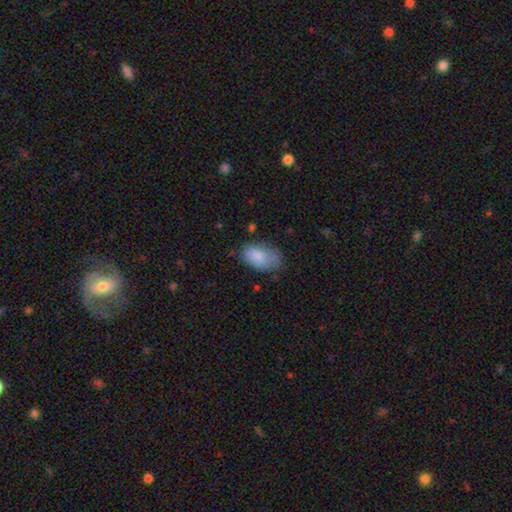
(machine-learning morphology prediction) Q: Smooth or featured?
A: smooth (83%); runner-up: featured or disk (10%)
Q: How rounded?
A: in between (92%); runner-up: round (6%)
Q: Merging?
A: none (58%); runner-up: minor disturbance (31%)